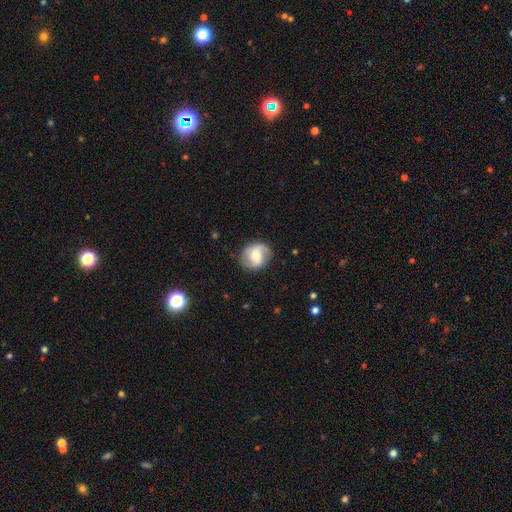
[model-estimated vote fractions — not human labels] This appears to be a featured or disk galaxy (60%) with a weak bar (43%), 2 (85%) medium (43%) spiral arms (87%) and a moderate central bulge (55%). Merging: none (81%).